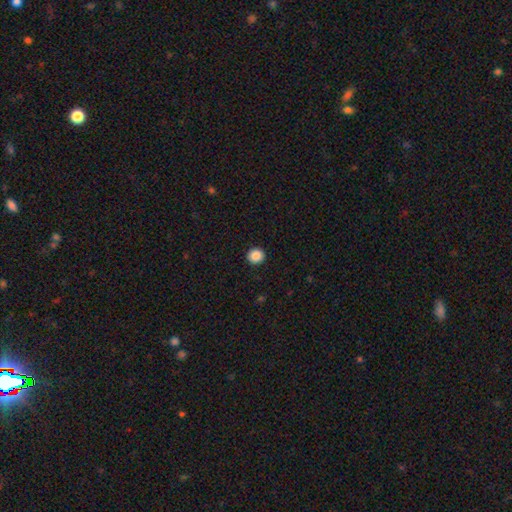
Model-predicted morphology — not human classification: A smooth galaxy with no disk features (88%) that is round (92%).

Vote fractions:
- Smooth or featured? smooth: 88% / star or artifact: 9% / featured or disk: 3%
- How rounded? round: 92% / in between: 7% / cigar-shaped: 1%
- Merging? none: 93% / minor disturbance: 5% / major disturbance: 2% / merger: 1%